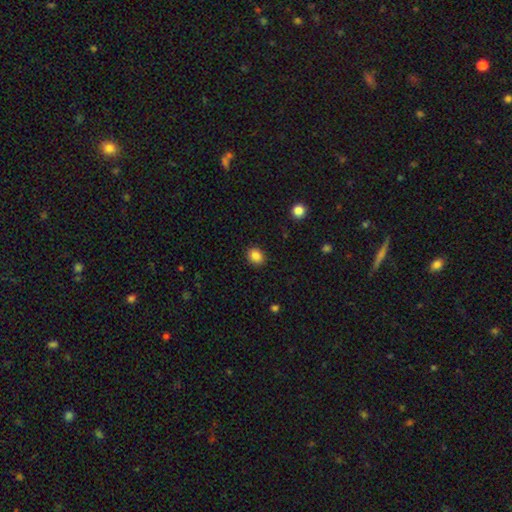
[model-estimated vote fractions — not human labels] Smooth or featured?
  - smooth: 86% *
  - star or artifact: 10%
  - featured or disk: 4%
How rounded?
  - round: 52% *
  - in between: 47%
  - cigar-shaped: 1%
Merging?
  - none: 88% *
  - minor disturbance: 8%
  - major disturbance: 2%
  - merger: 1%